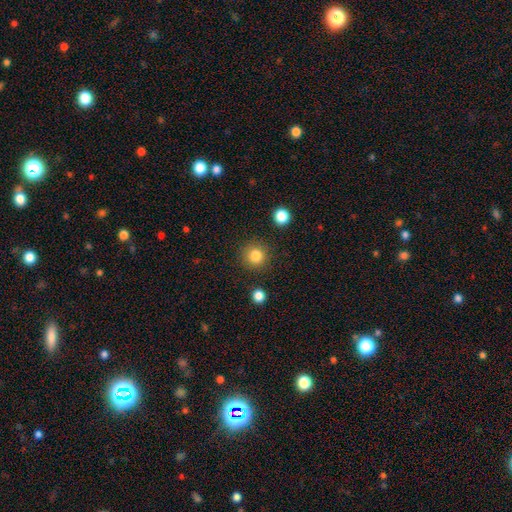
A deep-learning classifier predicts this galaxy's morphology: This appears to be a smooth galaxy with no disk features (83%) that is round (94%). Merging: none (89%).